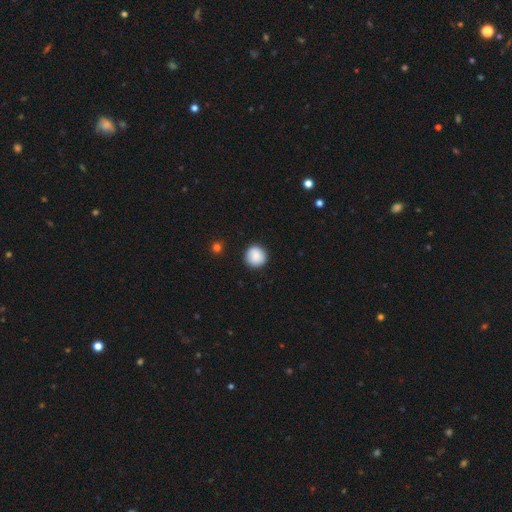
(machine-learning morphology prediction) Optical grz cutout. It shows a smooth galaxy with no disk features (87%) that is round (94%). Merging: none (90%).